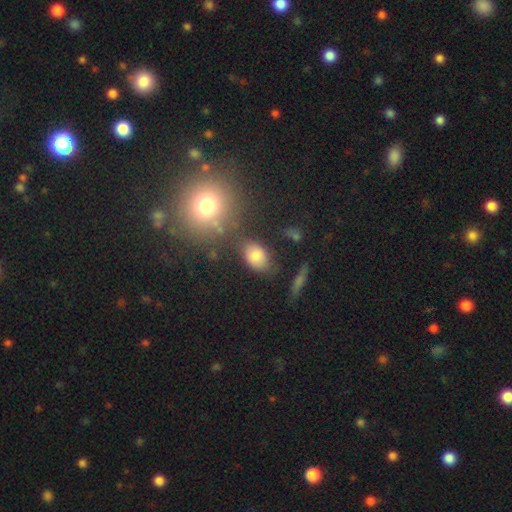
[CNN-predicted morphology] Overall: smooth (77%). How rounded: in between (77%). Merging: none (66%).